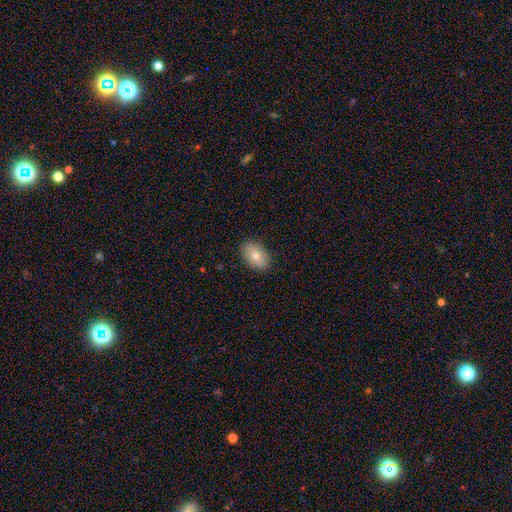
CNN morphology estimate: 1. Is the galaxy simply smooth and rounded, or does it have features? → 76% smooth, 16% featured or disk, 8% star or artifact.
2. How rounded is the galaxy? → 89% in between, 10% round, 1% cigar-shaped.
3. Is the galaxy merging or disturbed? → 88% none, 9% minor disturbance, 2% major disturbance, 1% merger.